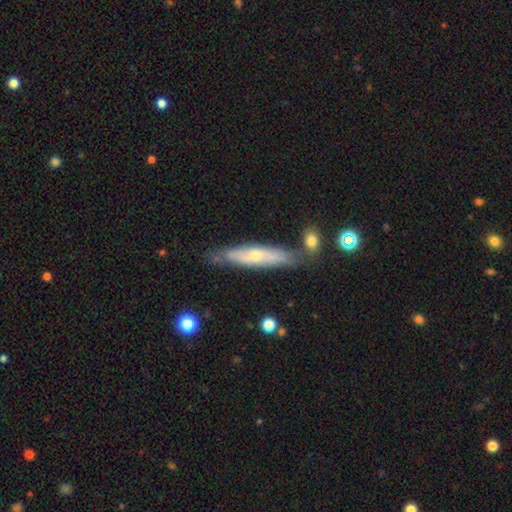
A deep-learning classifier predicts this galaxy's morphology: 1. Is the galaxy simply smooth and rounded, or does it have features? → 53% featured or disk, 41% smooth, 6% star or artifact.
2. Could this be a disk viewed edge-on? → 67% yes, 33% no.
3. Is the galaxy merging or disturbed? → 70% none, 18% minor disturbance, 8% merger, 4% major disturbance.